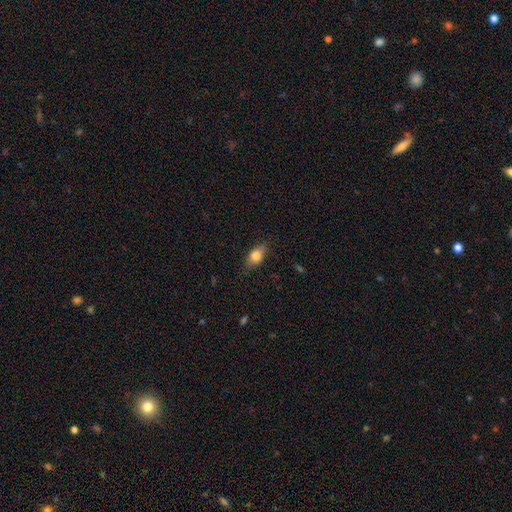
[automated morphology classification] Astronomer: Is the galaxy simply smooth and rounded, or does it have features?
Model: smooth — 75%.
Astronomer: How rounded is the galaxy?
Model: in between — 80%.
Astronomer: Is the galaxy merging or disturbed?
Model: none — 78%.